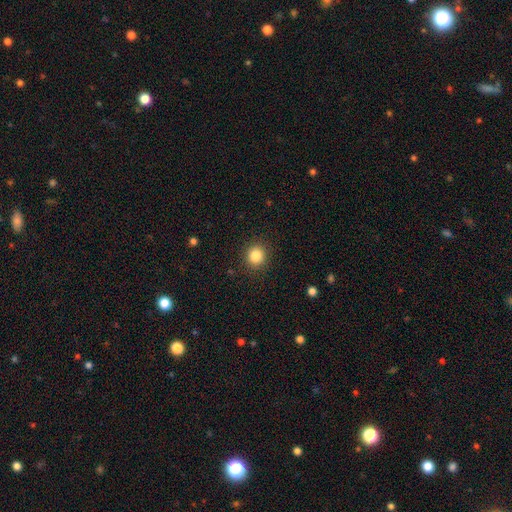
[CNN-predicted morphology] This is clearly a smooth galaxy (85%). How rounded: clearly round (91%). Merging: clearly none (91%).